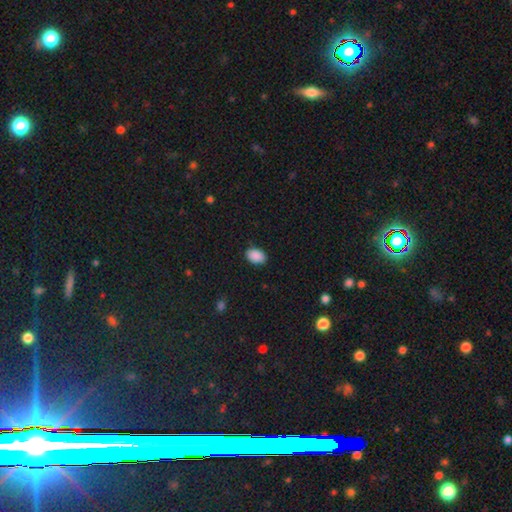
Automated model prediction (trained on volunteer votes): A smooth galaxy with no disk features (90%) that is in between round and cigar-shaped (84%). Merging: none (86%).